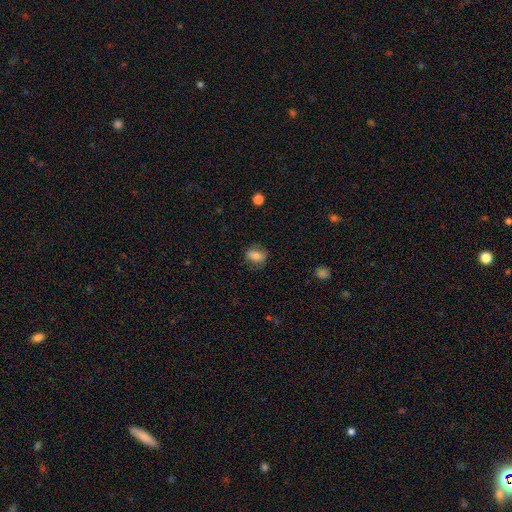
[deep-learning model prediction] Overall: smooth (72%). How rounded: in between (68%; round 29%). Merging: none (74%).